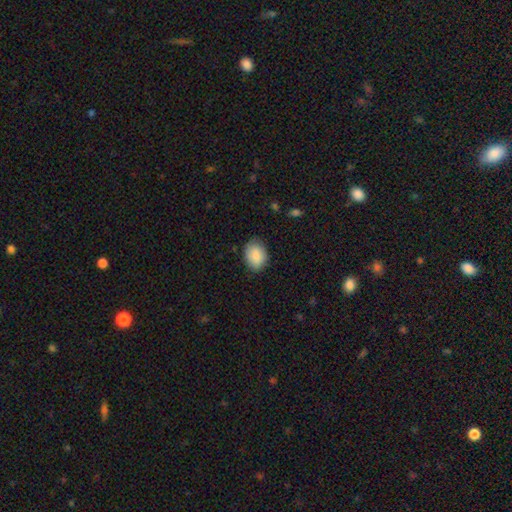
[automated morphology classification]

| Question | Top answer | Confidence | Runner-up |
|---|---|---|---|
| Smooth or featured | smooth | 83% | featured or disk (10%) |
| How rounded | in between | 71% | round (28%) |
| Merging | none | 77% | minor disturbance (19%) |